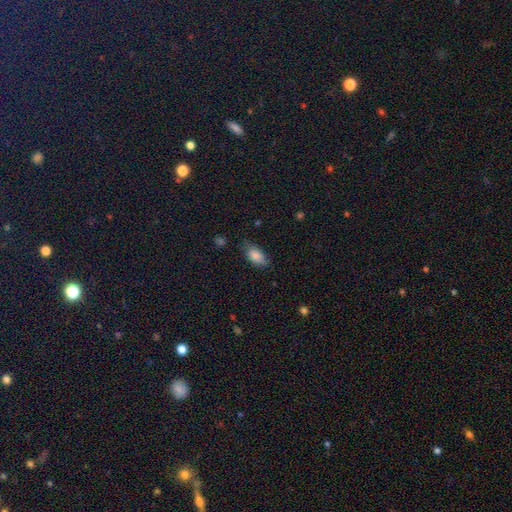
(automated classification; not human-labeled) Smooth or featured?
  - smooth: 85% *
  - featured or disk: 8%
  - star or artifact: 7%
How rounded?
  - in between: 91% *
  - round: 5%
  - cigar-shaped: 5%
Merging?
  - none: 70% *
  - minor disturbance: 23%
  - major disturbance: 5%
  - merger: 2%